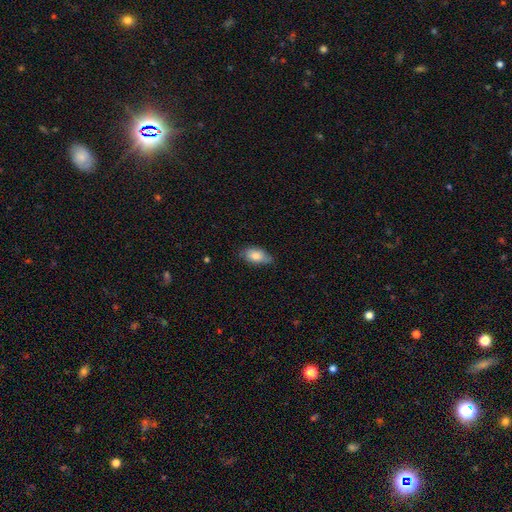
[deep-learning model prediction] Smooth or featured? Predicted: smooth (p=0.81). How rounded? Predicted: in between (p=0.91). Merging? Predicted: none (p=0.71).